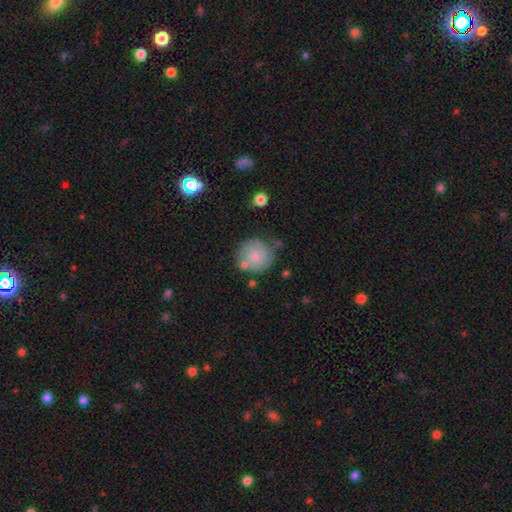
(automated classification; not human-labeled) Smooth or featured? Predicted: smooth (p=0.63). How rounded? Predicted: round (p=0.91). Merging? Predicted: none (p=0.65).